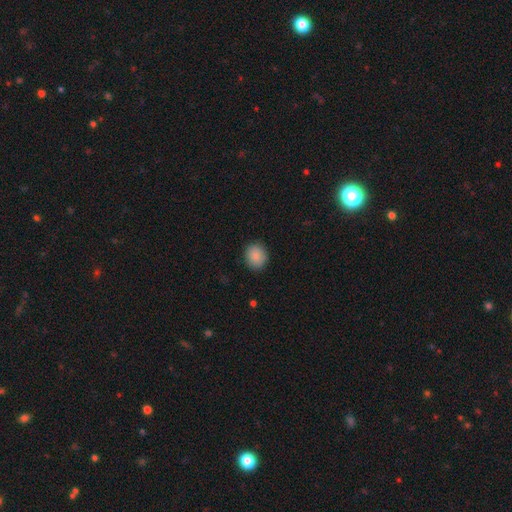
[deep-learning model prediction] smooth-or-featured: smooth: 88% | star or artifact: 8% | featured or disk: 4%
  how-rounded: round: 72% | in between: 27% | cigar-shaped: 1%
  merging: none: 88% | minor disturbance: 9% | major disturbance: 2% | merger: 1%